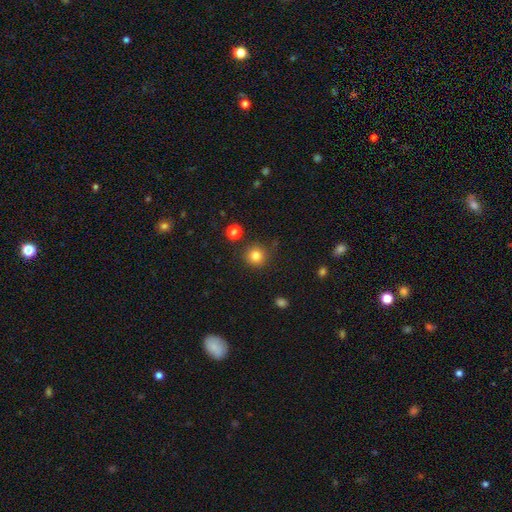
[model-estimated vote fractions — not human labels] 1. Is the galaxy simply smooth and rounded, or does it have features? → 83% smooth, 12% star or artifact, 5% featured or disk.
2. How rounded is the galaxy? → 92% round, 7% in between, 1% cigar-shaped.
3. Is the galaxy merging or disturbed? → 86% none, 8% minor disturbance, 3% merger, 3% major disturbance.